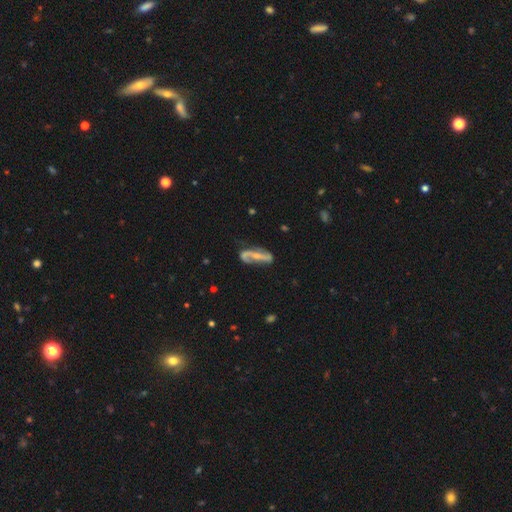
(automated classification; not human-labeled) A featured or disk galaxy (76%) with a strong bar (45%), 2 (85%) loose (59%) spiral arms (87%) and a small central bulge (56%). Merging: none (60%).